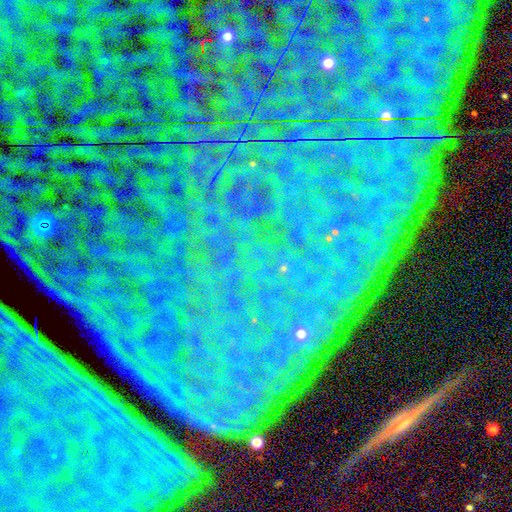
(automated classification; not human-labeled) A star or artifact, not a galaxy (85%).

Vote fractions:
- Smooth or featured? star or artifact: 85% / featured or disk: 8% / smooth: 7%